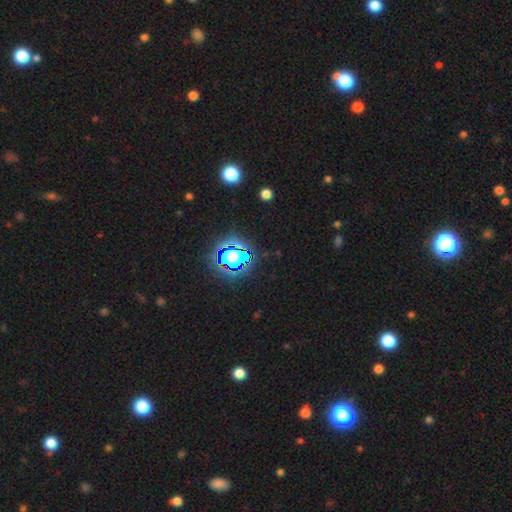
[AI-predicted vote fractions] Smooth or featured?
  - star or artifact: 79% *
  - smooth: 14%
  - featured or disk: 8%